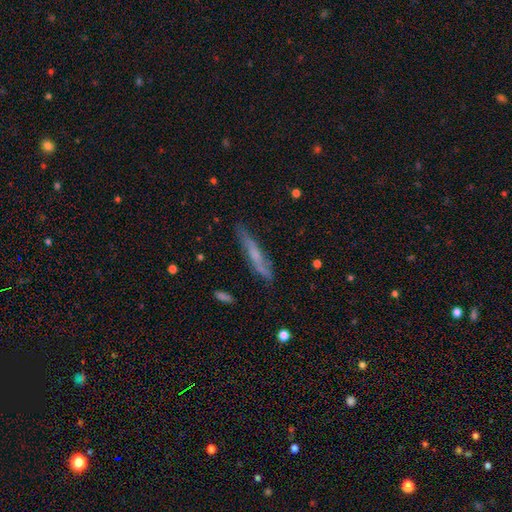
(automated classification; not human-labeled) Smooth or featured?
  - featured or disk: 52% *
  - smooth: 40%
  - star or artifact: 8%
Edge-on disk?
  - yes: 77% *
  - no: 23%
Merging?
  - none: 72% *
  - minor disturbance: 20%
  - major disturbance: 5%
  - merger: 3%